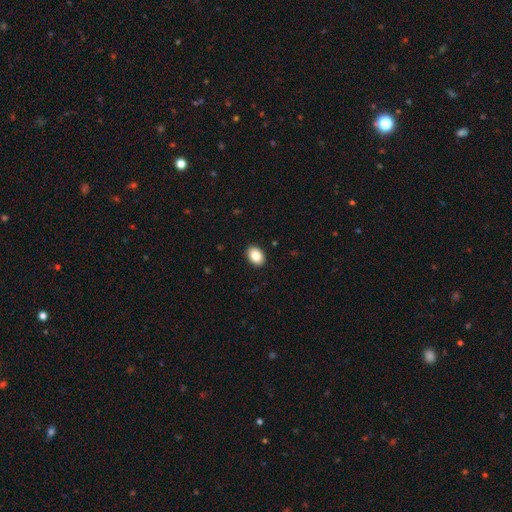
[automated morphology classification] smooth_or_featured: smooth (p=0.87) [alt: star or artifact p=0.08]
how_rounded: in between (p=0.80) [alt: round p=0.19]
merging: none (p=0.90) [alt: minor disturbance p=0.07]